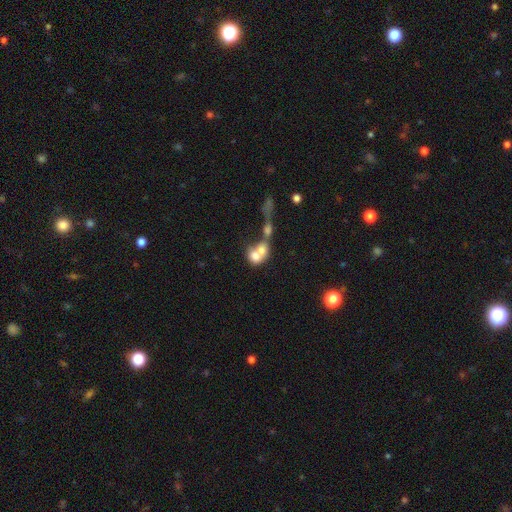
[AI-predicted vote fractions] Smooth or featured: smooth — 64% (featured or disk — 25%)
How rounded: round — 51% (in between — 47%)
Merging: merger — 72% (none — 15%)